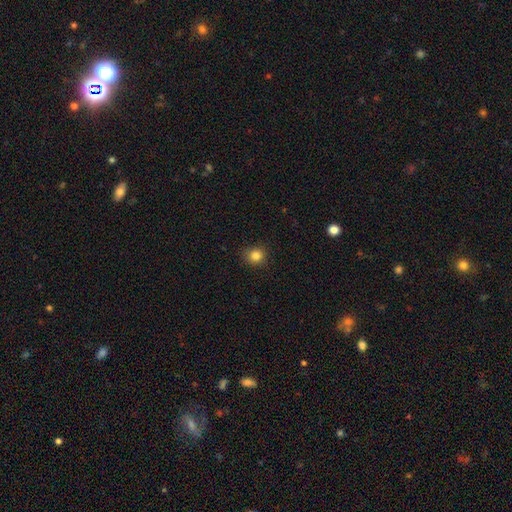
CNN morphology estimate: A smooth galaxy with no disk features (84%) that is round (85%).

Vote fractions:
- Smooth or featured? smooth: 84% / star or artifact: 12% / featured or disk: 4%
- How rounded? round: 85% / in between: 15% / cigar-shaped: 1%
- Merging? none: 87% / minor disturbance: 9% / major disturbance: 2% / merger: 1%